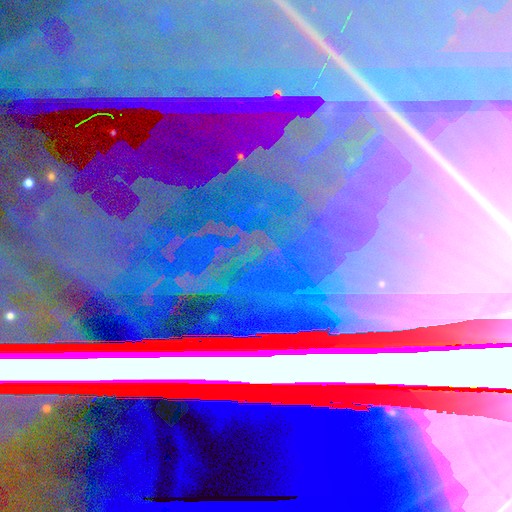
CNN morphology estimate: Smooth or featured? Predicted: star or artifact (p=0.79).